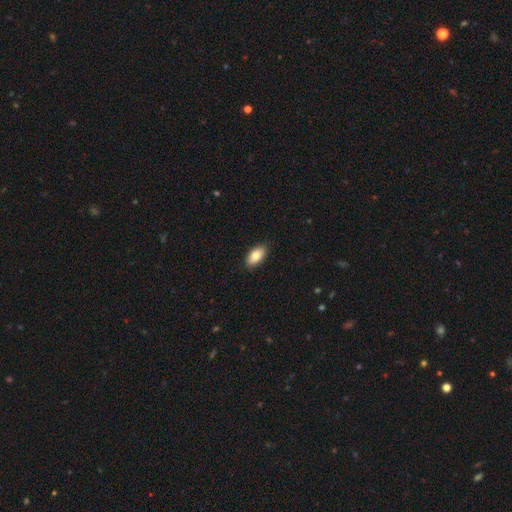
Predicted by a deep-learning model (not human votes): smooth-or-featured: smooth: 80% | featured or disk: 13% | star or artifact: 7%
  how-rounded: in between: 91% | cigar-shaped: 5% | round: 4%
  merging: none: 88% | minor disturbance: 9% | major disturbance: 2% | merger: 1%